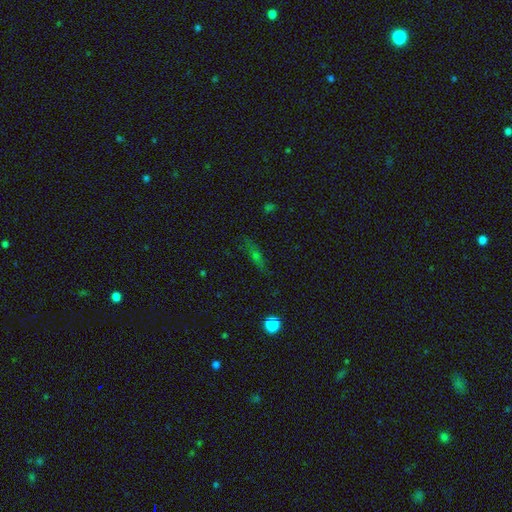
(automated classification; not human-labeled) Smooth or featured? smooth (38%)
Merging? none (79%)